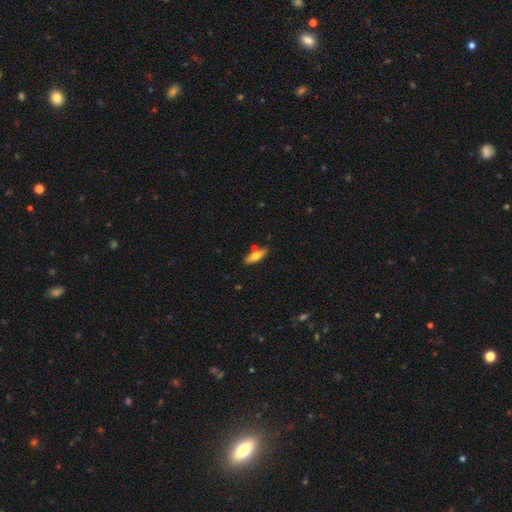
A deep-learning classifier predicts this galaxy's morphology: type=smooth (70%); roundness=in between (60%); merging=none (77%).